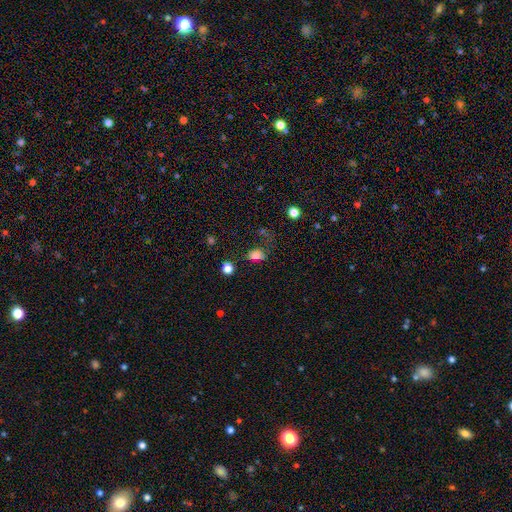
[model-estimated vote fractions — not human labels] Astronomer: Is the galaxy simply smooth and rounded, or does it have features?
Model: smooth — 78%.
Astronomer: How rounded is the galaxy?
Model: in between — 73%.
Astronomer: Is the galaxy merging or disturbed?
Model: none — 53%.